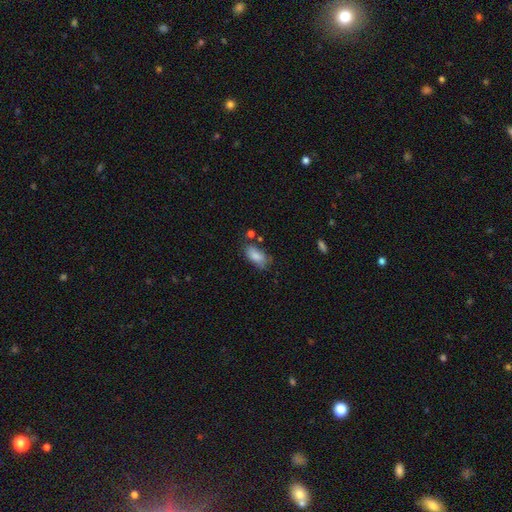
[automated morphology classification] A smooth galaxy with no disk features (83%) that is in between round and cigar-shaped (90%). Merging: none (59%).